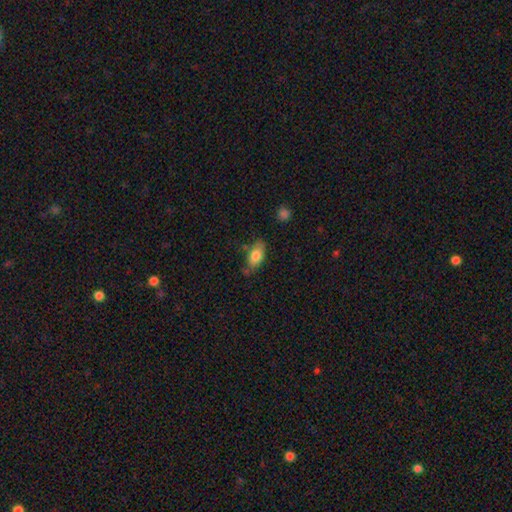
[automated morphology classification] This is likely a smooth galaxy (78%). How rounded: clearly in between (85%). Merging: likely none (65%).